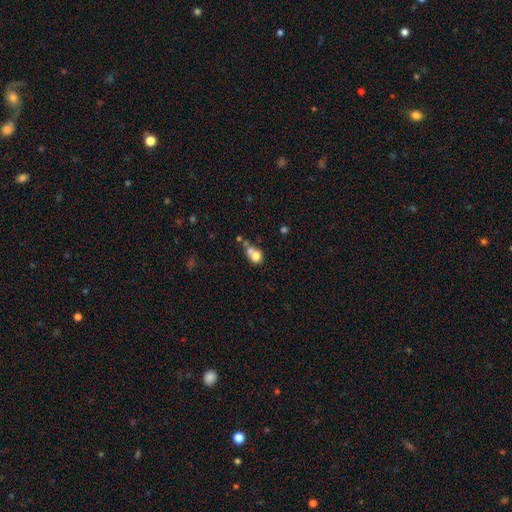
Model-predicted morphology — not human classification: This is likely a smooth galaxy (71%). How rounded: likely round (68%). Merging: possibly merger (52%).